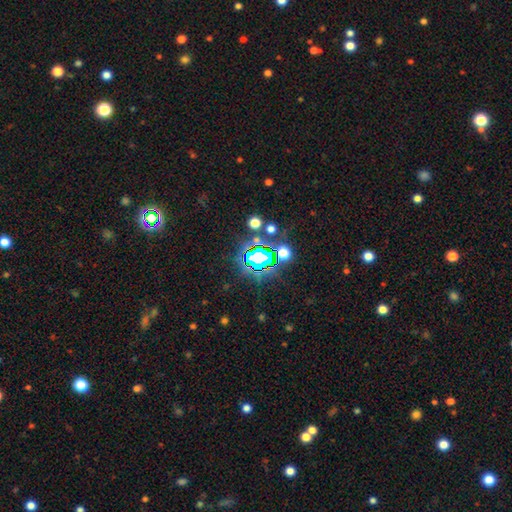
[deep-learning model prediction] Smooth or featured? Predicted: star or artifact (p=0.70).